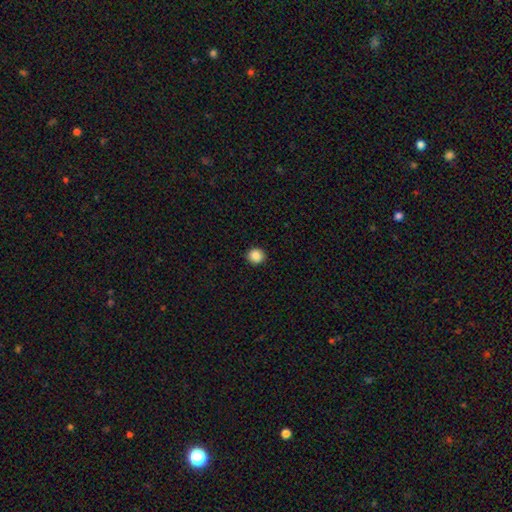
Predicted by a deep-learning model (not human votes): Smooth or featured? Predicted: smooth (p=0.87). How rounded? Predicted: round (p=0.89). Merging? Predicted: none (p=0.91).